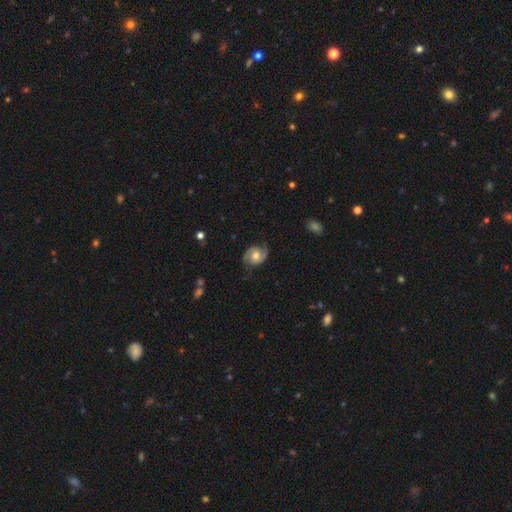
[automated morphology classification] smooth-or-featured: featured or disk: 84% | smooth: 11% | star or artifact: 6%
  disk-edge-on: no: 98% | yes: 2%
    bar: no: 63% | weak: 30% | strong: 7%
    has-spiral-arms: yes: 96% | no: 4%
      spiral-winding: medium: 52% | tight: 29% | loose: 19%
      spiral-arm-count: 2: 93% | can't tell: 3% | 1: 2% | 3: 1% | 4: 1% | more than 4: 1%
    bulge-size: moderate: 72% | small: 14% | large: 10% | none: 2% | dominant: 1%
  merging: none: 80% | minor disturbance: 14% | major disturbance: 4% | merger: 1%